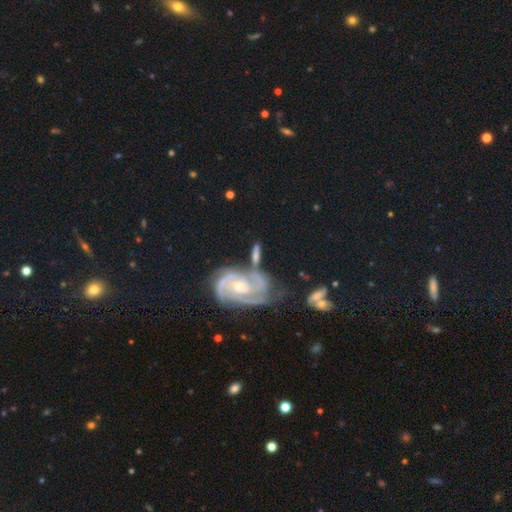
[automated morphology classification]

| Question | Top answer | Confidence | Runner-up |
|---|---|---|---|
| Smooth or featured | featured or disk | 66% | smooth (26%) |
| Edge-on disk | no | 89% | yes (11%) |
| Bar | no | 57% | weak (31%) |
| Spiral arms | yes | 88% | no (12%) |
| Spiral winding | tight | 55% | medium (33%) |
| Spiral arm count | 2 | 44% | can't tell (23%) |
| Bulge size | small | 50% | moderate (39%) |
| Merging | none | 40% | merger (30%) |